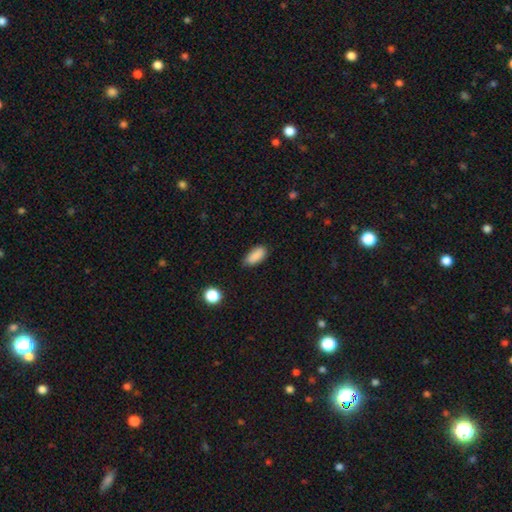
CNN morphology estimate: type=smooth (88%); roundness=in between (88%); merging=none (75%).